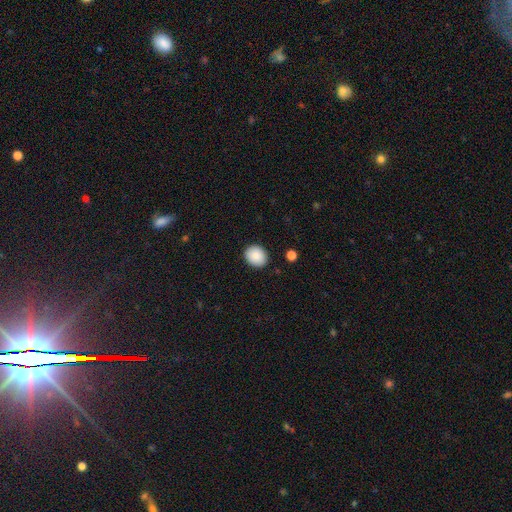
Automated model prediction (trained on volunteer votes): A smooth galaxy with no disk features (88%) that is round (65%). Merging: none (90%).